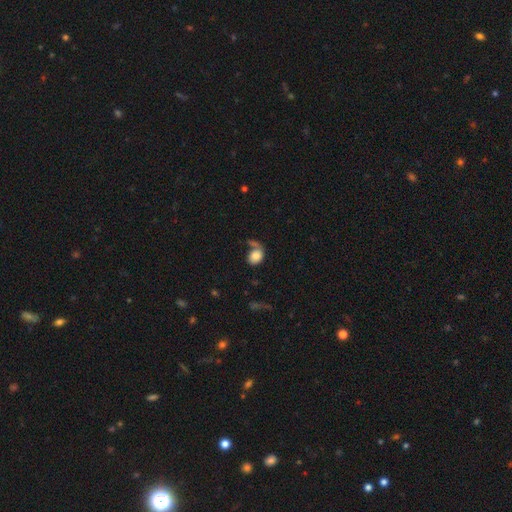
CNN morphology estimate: type=smooth (72%); roundness=in between (61%); merging=none (37%).